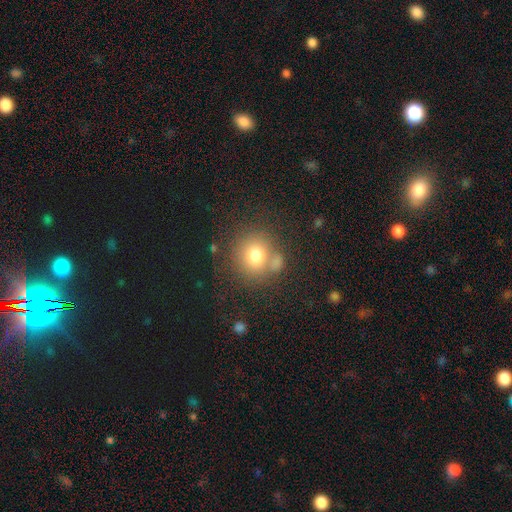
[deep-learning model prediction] smooth-or-featured: smooth: 76% | star or artifact: 12% | featured or disk: 12%
  how-rounded: round: 86% | in between: 13% | cigar-shaped: 1%
  merging: none: 63% | merger: 20% | minor disturbance: 12% | major disturbance: 5%